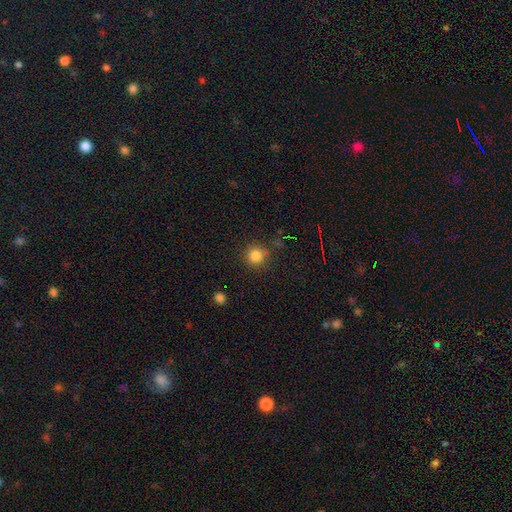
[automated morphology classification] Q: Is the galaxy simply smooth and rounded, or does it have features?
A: smooth — 83%.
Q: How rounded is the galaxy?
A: round — 92%.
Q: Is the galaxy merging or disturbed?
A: none — 80%.